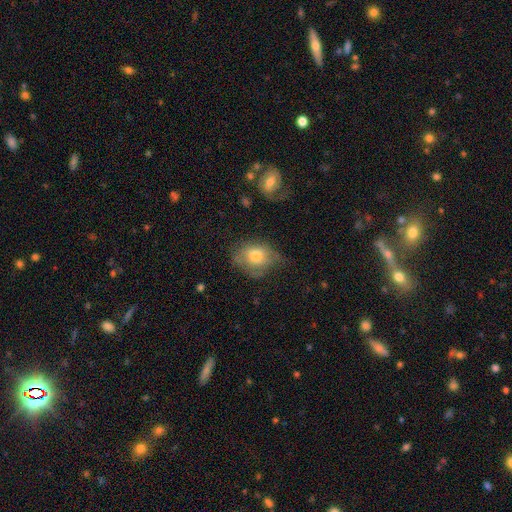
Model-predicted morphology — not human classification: Smooth or featured: smooth — 68% (featured or disk — 24%)
How rounded: in between — 54% (round — 45%)
Merging: none — 44% (minor disturbance — 35%)